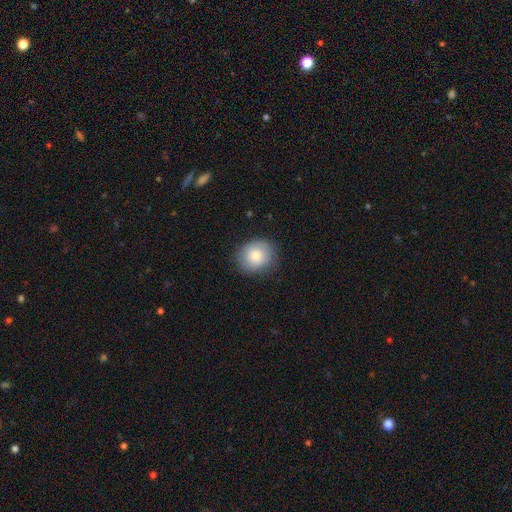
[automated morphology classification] type=smooth (79%); roundness=round (77%); merging=none (83%).